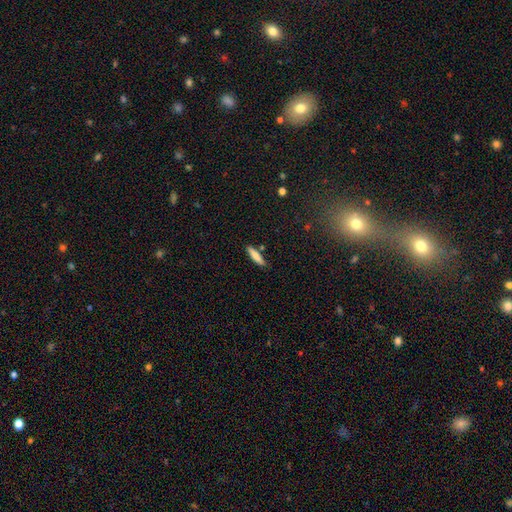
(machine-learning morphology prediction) Smooth or featured? smooth (80%)
How rounded? cigar-shaped (80%)
Merging? none (85%)